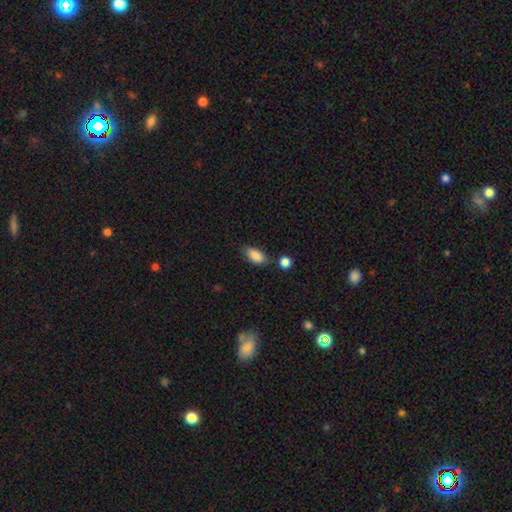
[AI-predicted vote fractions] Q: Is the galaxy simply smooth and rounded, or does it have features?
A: smooth — 87%.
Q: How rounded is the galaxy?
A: in between — 89%.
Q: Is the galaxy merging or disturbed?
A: none — 71%.